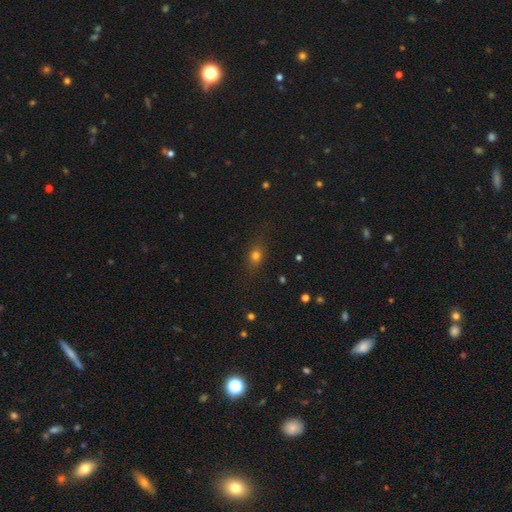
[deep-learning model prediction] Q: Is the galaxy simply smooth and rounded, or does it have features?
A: smooth — 72%.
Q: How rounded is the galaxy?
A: in between — 55%.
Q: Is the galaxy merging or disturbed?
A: none — 81%.